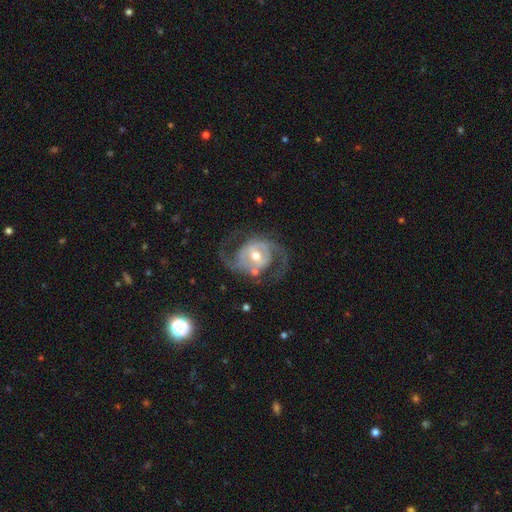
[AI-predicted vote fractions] Smooth or featured: featured or disk — 88% (smooth — 7%)
Edge-on disk: no — 97% (yes — 3%)
Bar: weak — 41% (no — 40%)
Spiral arms: yes — 93% (no — 7%)
Spiral winding: medium — 54% (loose — 28%)
Spiral arm count: 2 — 90% (can't tell — 4%)
Bulge size: moderate — 66% (small — 26%)
Merging: none — 69% (minor disturbance — 14%)